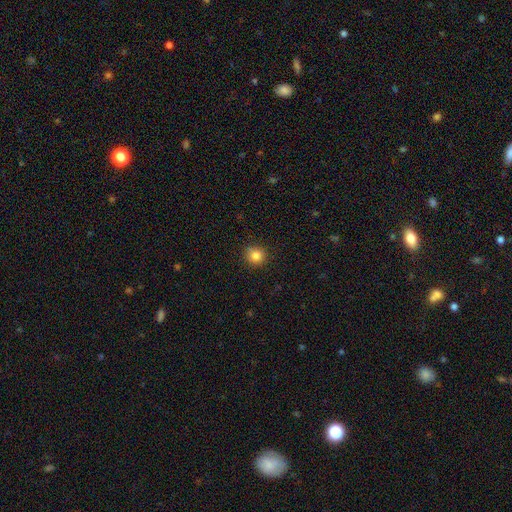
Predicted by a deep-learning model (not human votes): Smooth or featured: smooth — 84% (star or artifact — 11%)
How rounded: round — 91% (in between — 8%)
Merging: none — 87% (minor disturbance — 9%)